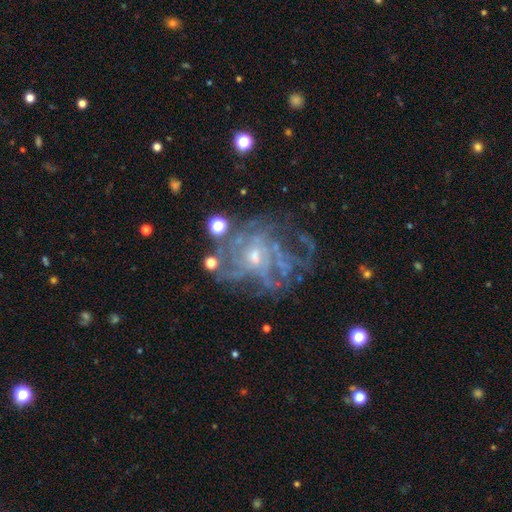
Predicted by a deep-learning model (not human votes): Q: Smooth or featured?
A: featured or disk (80%); runner-up: star or artifact (12%)
Q: Edge-on disk?
A: no (98%); runner-up: yes (2%)
Q: Bar?
A: no (69%); runner-up: weak (26%)
Q: Spiral arms?
A: yes (77%); runner-up: no (23%)
Q: Spiral winding?
A: tight (49%); runner-up: medium (35%)
Q: Spiral arm count?
A: can't tell (49%); runner-up: 4 (14%)
Q: Bulge size?
A: small (59%); runner-up: moderate (33%)
Q: Merging?
A: none (53%); runner-up: major disturbance (24%)